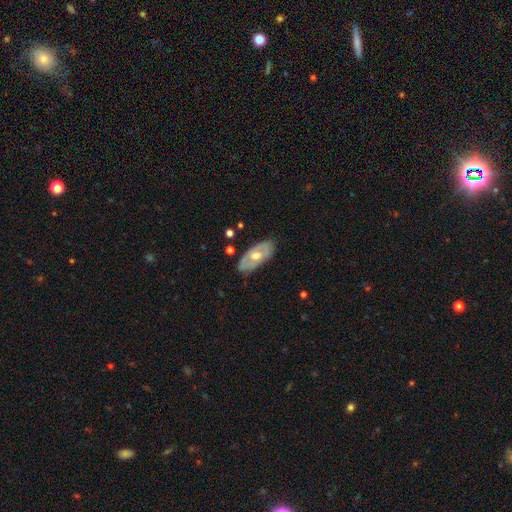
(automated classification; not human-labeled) A featured or disk galaxy (55%). Merging: none (83%).